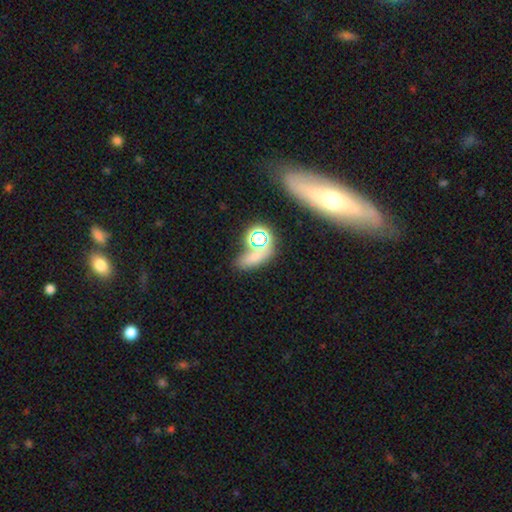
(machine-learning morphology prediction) This appears to be a smooth galaxy with no disk features (52%) that is in between round and cigar-shaped (67%). Merging: none (62%).